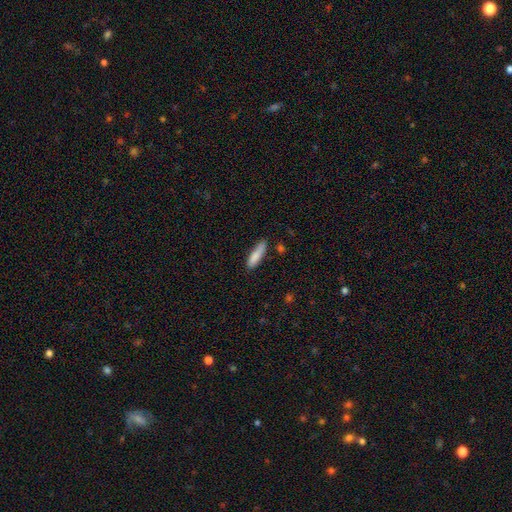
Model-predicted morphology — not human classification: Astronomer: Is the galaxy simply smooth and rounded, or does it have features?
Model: smooth — 84%.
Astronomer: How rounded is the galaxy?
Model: cigar-shaped — 69%.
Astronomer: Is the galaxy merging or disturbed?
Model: none — 77%.